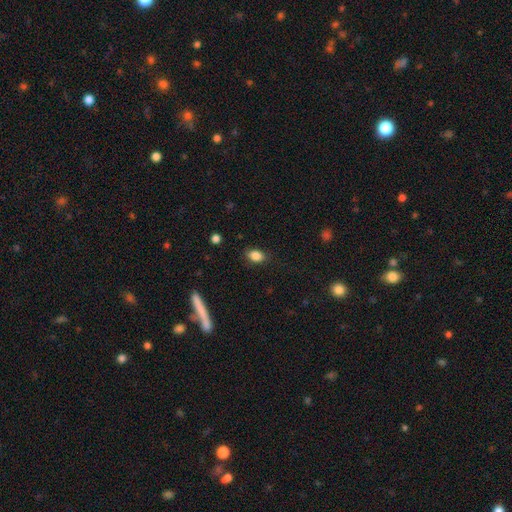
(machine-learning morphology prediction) smooth-or-featured: smooth: 85% | star or artifact: 9% | featured or disk: 6%
  how-rounded: in between: 80% | round: 16% | cigar-shaped: 4%
  merging: none: 81% | minor disturbance: 14% | major disturbance: 3% | merger: 1%